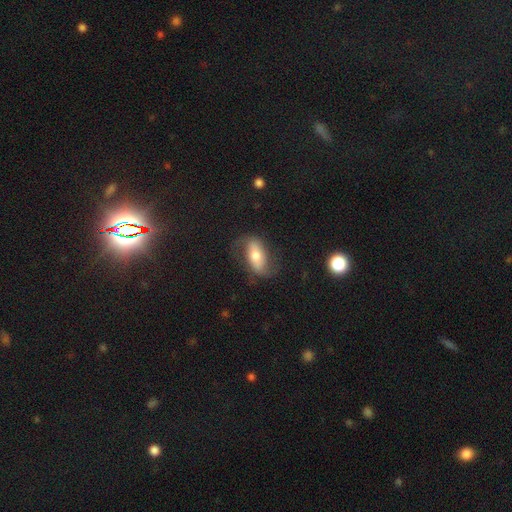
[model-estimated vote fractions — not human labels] This is possibly a featured or disk galaxy (51%). It is clearly not viewed edge-on (88%). Merging: likely none (66%).